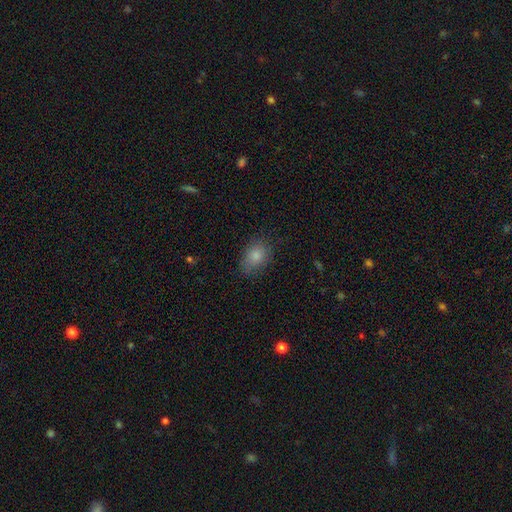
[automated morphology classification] A smooth galaxy with no disk features (84%) that is in between round and cigar-shaped (75%).

Vote fractions:
- Smooth or featured? smooth: 84% / star or artifact: 9% / featured or disk: 8%
- How rounded? in between: 75% / round: 23% / cigar-shaped: 1%
- Merging? none: 74% / minor disturbance: 20% / major disturbance: 5% / merger: 1%